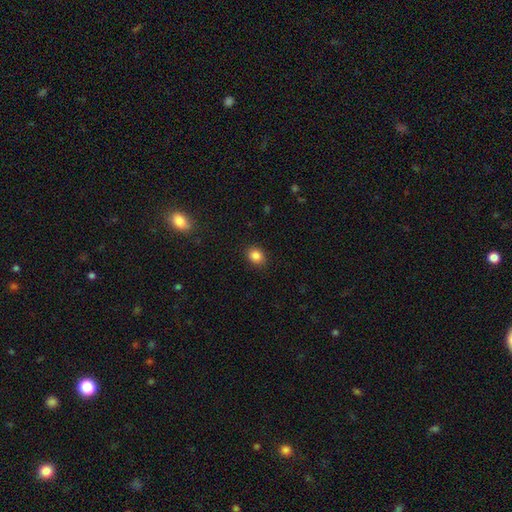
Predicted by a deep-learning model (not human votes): This appears to be a smooth galaxy with no disk features (86%) that is round (58%). Merging: none (88%).